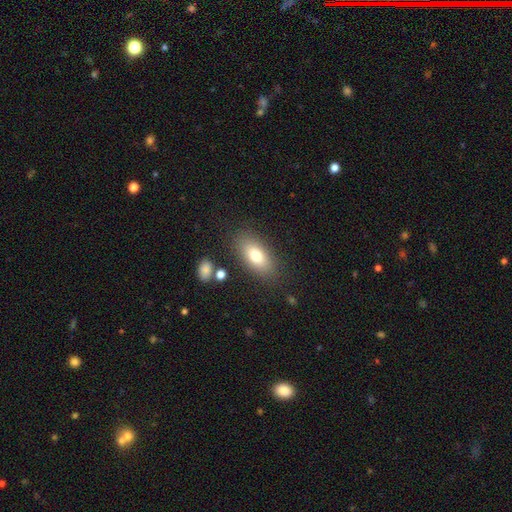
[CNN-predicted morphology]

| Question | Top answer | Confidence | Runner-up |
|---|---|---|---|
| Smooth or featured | smooth | 75% | featured or disk (16%) |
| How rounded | in between | 87% | cigar-shaped (7%) |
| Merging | none | 83% | minor disturbance (10%) |